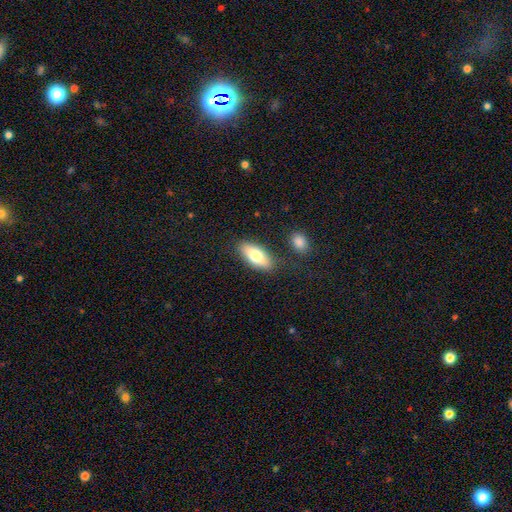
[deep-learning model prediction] smooth-or-featured: smooth: 74% | featured or disk: 19% | star or artifact: 6%
  how-rounded: in between: 82% | cigar-shaped: 16% | round: 3%
  merging: none: 81% | minor disturbance: 11% | merger: 4% | major disturbance: 3%